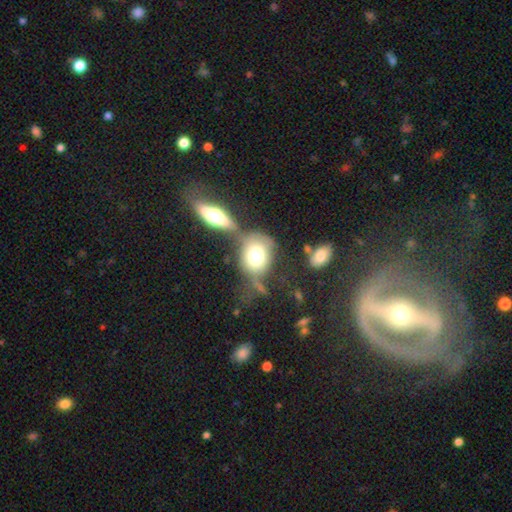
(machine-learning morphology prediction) Overall: smooth (68%). How rounded: round (60%; in between 37%). Merging: merger (37%; none 34%).